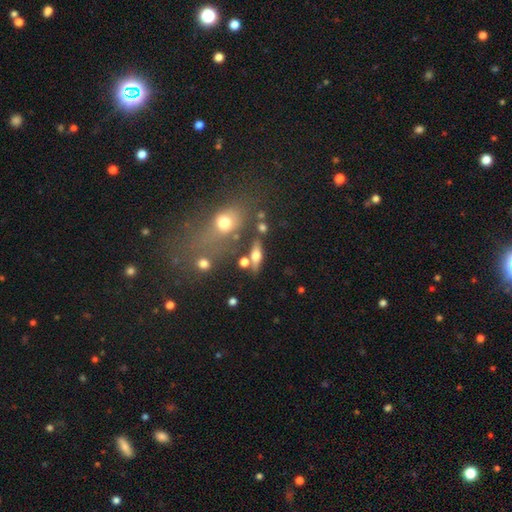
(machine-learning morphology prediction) The model was most divided on "smooth or featured": featured or disk: 47%, smooth: 42%, star or artifact: 11%. More confident: merging — none (68%).